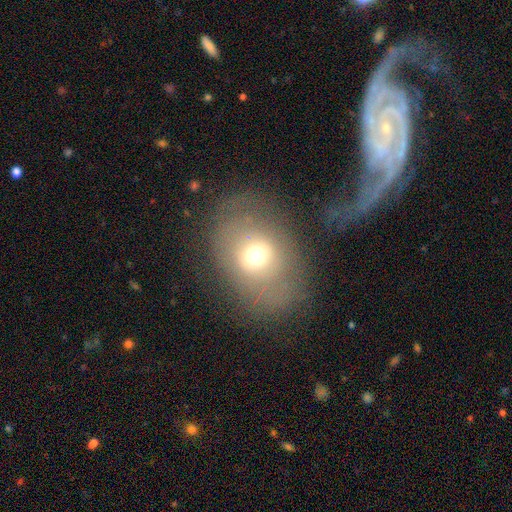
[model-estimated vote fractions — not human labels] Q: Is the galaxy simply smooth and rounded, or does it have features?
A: smooth — 59%.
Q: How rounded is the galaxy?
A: in between — 58%.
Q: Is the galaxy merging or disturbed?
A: none — 72%.